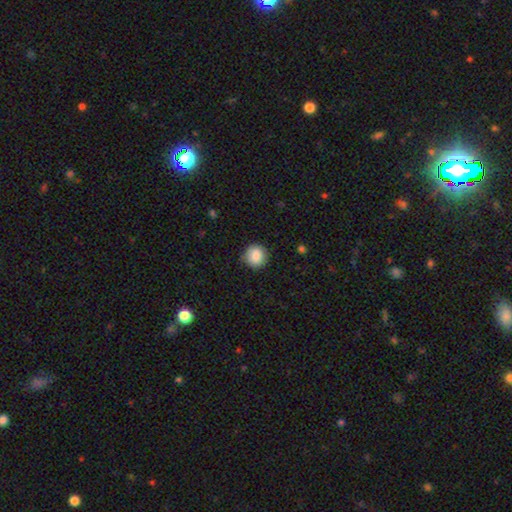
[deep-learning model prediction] Smooth or featured: smooth — 87% (star or artifact — 8%)
How rounded: round — 92% (in between — 7%)
Merging: none — 87% (minor disturbance — 9%)